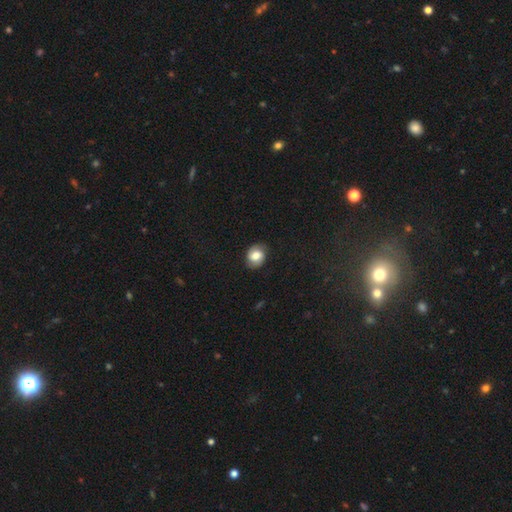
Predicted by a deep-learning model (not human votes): This is likely a smooth galaxy (64%). How rounded: possibly in between (50%). Merging: clearly none (83%).